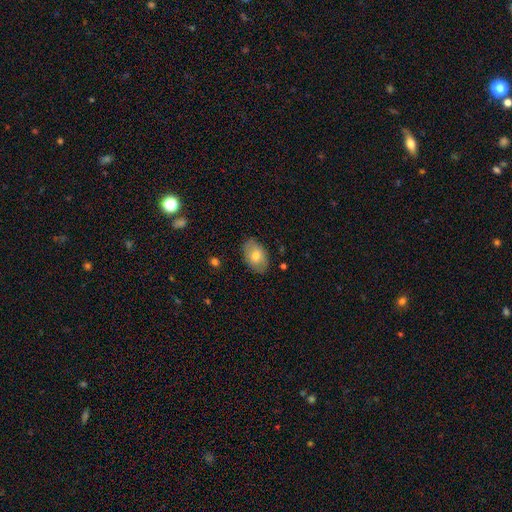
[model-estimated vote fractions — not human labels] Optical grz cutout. It shows a smooth galaxy with no disk features (73%) that is in between round and cigar-shaped (88%). Merging: none (84%).